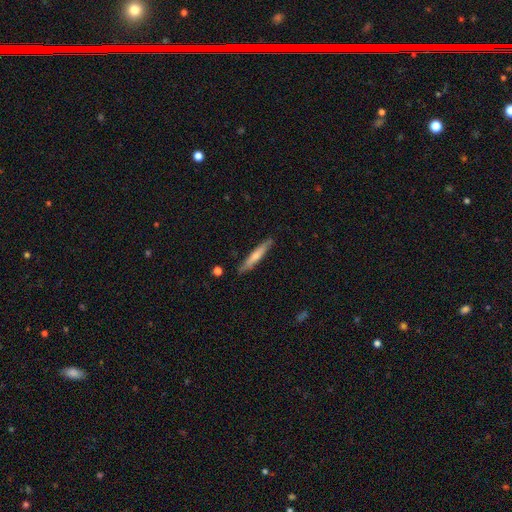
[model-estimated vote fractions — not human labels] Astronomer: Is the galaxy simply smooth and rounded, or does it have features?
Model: smooth — 58% (runner-up: featured or disk, 36%).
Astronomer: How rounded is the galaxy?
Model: cigar-shaped — 92%.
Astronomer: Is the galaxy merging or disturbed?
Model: none — 85%.